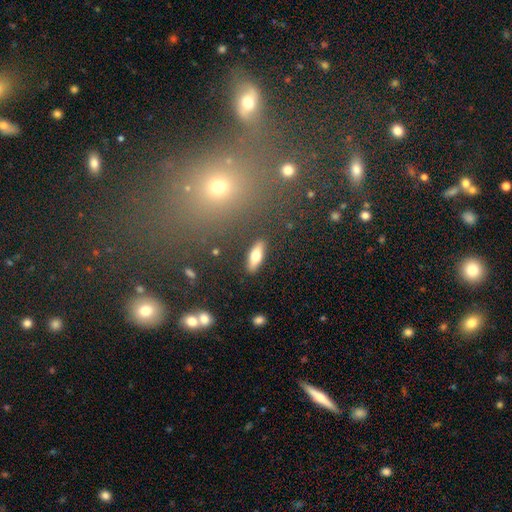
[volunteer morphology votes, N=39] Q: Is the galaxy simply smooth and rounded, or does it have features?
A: smooth — 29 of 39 (74%).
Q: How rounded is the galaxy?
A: in between — 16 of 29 (55%).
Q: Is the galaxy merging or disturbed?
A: none — 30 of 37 (81%).